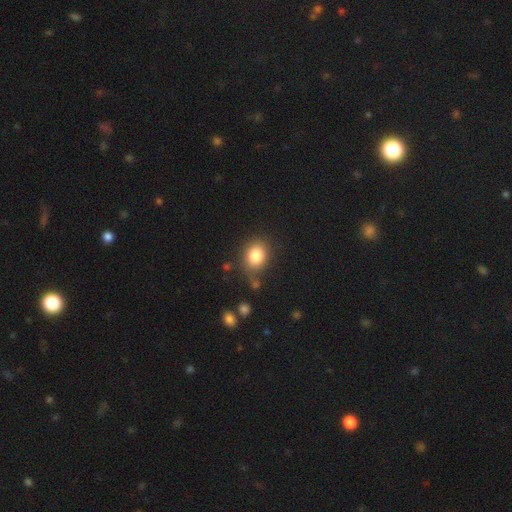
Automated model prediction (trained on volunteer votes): Overall: smooth (84%). How rounded: round (56%; in between 43%). Merging: none (76%).